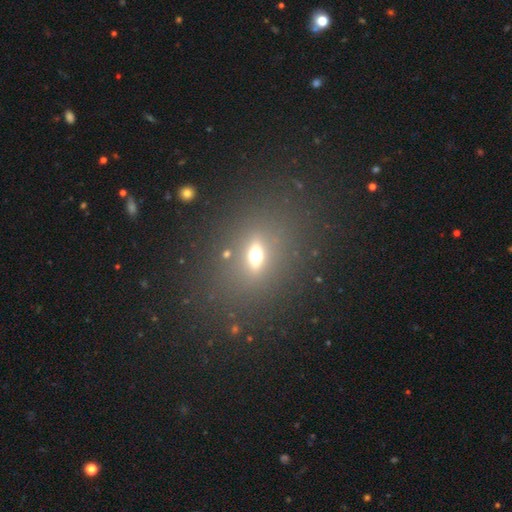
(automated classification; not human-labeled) Overall: smooth (55%; featured or disk 24%). How rounded: in between (64%; round 24%). Merging: none (78%).